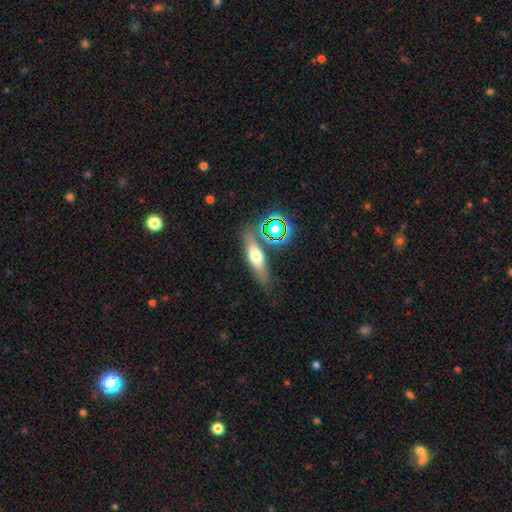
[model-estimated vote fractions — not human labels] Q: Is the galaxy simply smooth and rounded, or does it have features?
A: smooth — 46%.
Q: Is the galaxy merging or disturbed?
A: none — 75%.